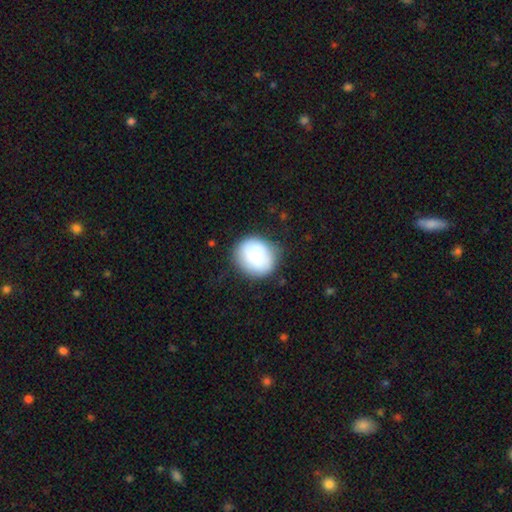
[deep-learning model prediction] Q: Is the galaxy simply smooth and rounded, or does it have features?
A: smooth — 82%.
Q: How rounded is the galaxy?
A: round — 74%.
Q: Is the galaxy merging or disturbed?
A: none — 72%.